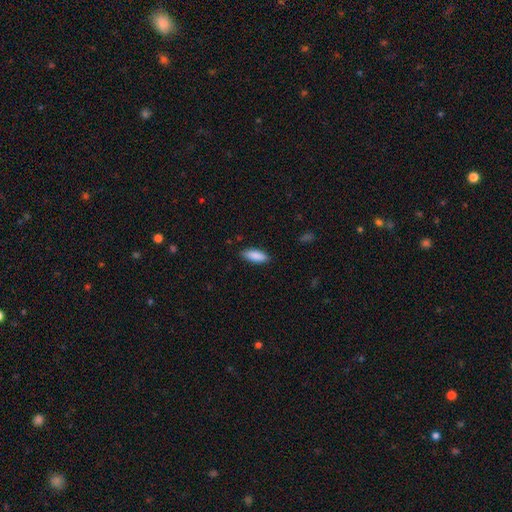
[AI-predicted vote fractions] This is clearly a smooth galaxy (89%). How rounded: likely in between (72%). Merging: clearly none (86%).